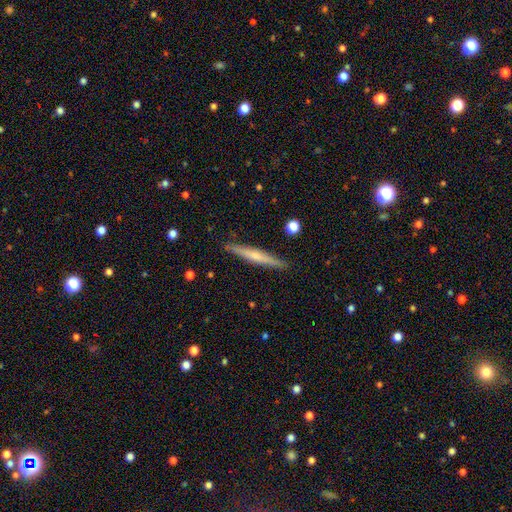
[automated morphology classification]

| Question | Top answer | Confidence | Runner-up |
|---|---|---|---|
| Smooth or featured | featured or disk | 51% | smooth (43%) |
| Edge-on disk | yes | 97% | no (3%) |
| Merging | none | 91% | minor disturbance (7%) |